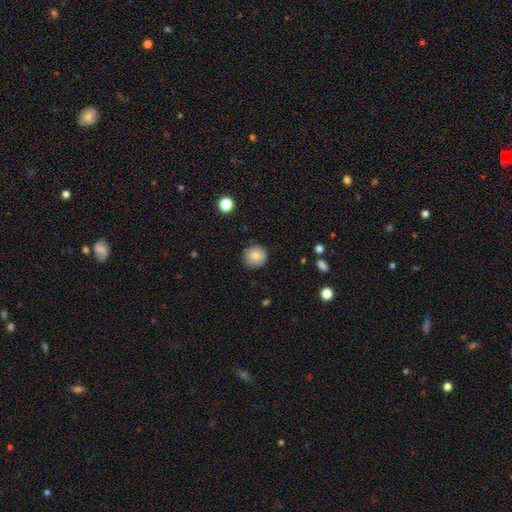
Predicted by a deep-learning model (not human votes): Overall: smooth (80%). How rounded: round (91%). Merging: none (84%).